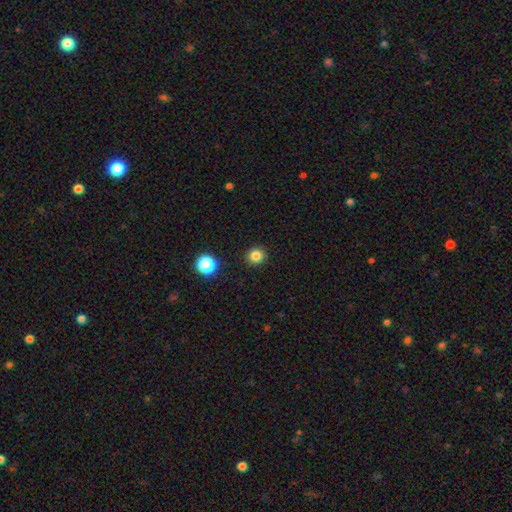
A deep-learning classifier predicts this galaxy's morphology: Smooth or featured?
  - smooth: 83% *
  - star or artifact: 13%
  - featured or disk: 4%
How rounded?
  - round: 91% *
  - in between: 8%
  - cigar-shaped: 1%
Merging?
  - none: 92% *
  - minor disturbance: 5%
  - major disturbance: 2%
  - merger: 1%